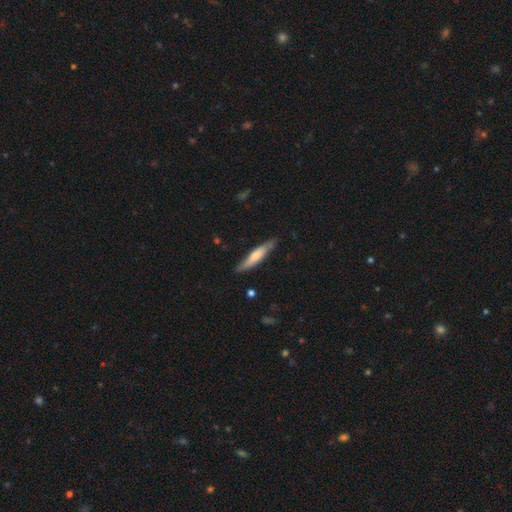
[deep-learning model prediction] Overall: smooth (57%; featured or disk 38%). How rounded: cigar-shaped (86%). Merging: none (80%).